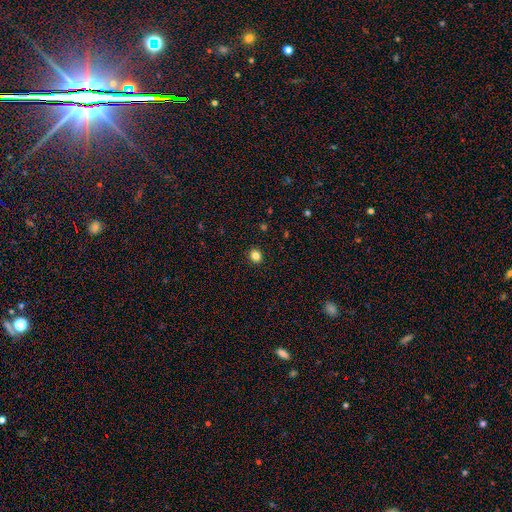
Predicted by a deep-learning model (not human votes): Morphology: type=smooth (83%); roundness=round (76%); merging=none (92%).